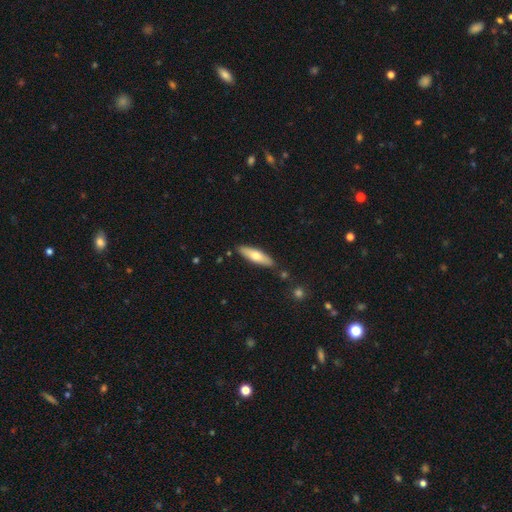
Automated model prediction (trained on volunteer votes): Q: Smooth or featured?
A: smooth (63%); runner-up: featured or disk (32%)
Q: How rounded?
A: cigar-shaped (59%); runner-up: in between (40%)
Q: Merging?
A: none (85%); runner-up: minor disturbance (10%)